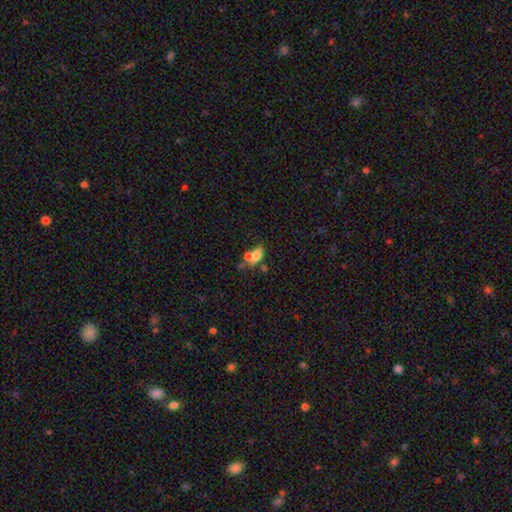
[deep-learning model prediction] smooth_or_featured: smooth (p=0.66) [alt: featured or disk p=0.23]
how_rounded: in between (p=0.80) [alt: round p=0.13]
merging: merger (p=0.46) [alt: none p=0.32]